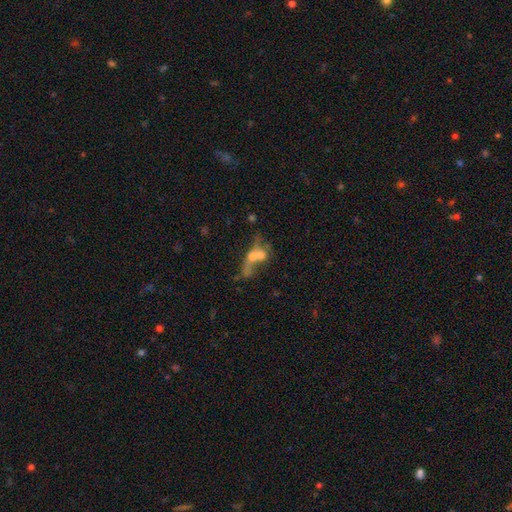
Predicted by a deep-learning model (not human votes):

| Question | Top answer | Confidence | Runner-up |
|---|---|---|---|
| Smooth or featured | featured or disk | 43% | smooth (42%) |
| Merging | merger | 59% | major disturbance (17%) |